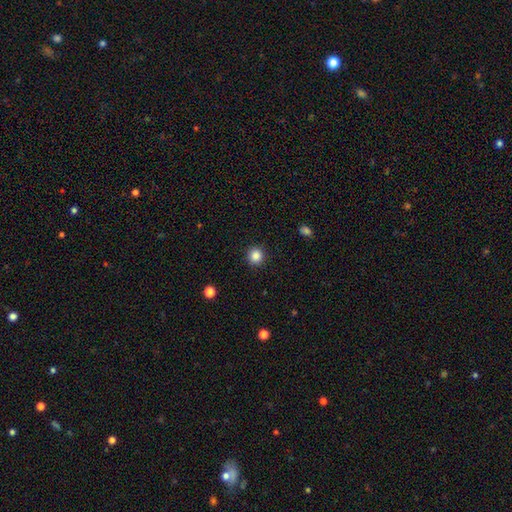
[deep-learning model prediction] smooth 85%, star or artifact 11%, featured or disk 4%. Down the decision tree: how rounded — round (93%); merging — none (92%).